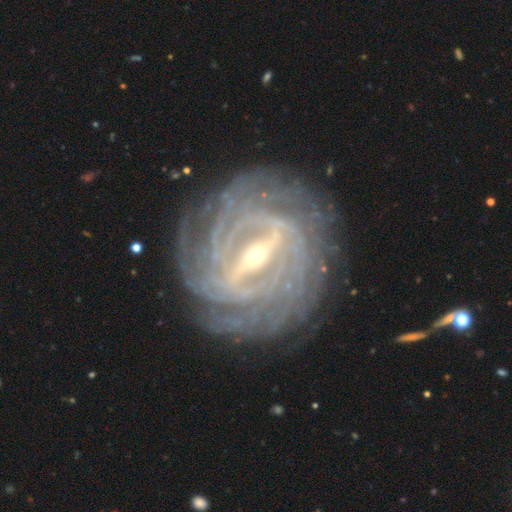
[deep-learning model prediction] Smooth or featured? Predicted: featured or disk (p=0.92). Edge-on disk? Predicted: no (p=0.94). Bar? Predicted: strong (p=0.77). Spiral arms? Predicted: yes (p=0.96). Spiral winding? Predicted: tight (p=0.86). Spiral arm count? Predicted: more than 4 (p=0.26). Bulge size? Predicted: small (p=0.59). Merging? Predicted: none (p=0.85).